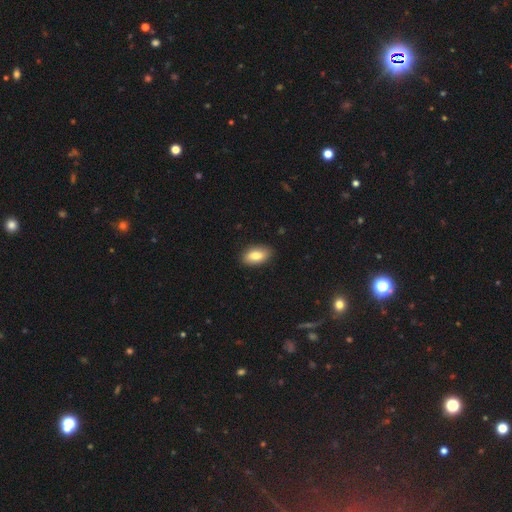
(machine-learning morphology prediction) A smooth galaxy with no disk features (82%) that is in between round and cigar-shaped (91%). Merging: none (87%).